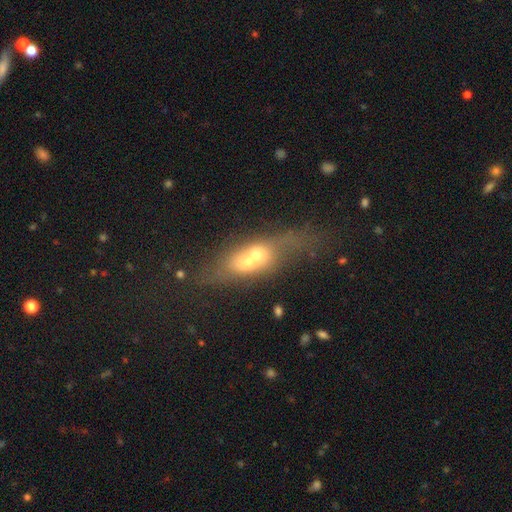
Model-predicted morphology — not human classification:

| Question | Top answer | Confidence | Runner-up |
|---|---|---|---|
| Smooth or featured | featured or disk | 44% | smooth (43%) |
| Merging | merger | 56% | none (24%) |